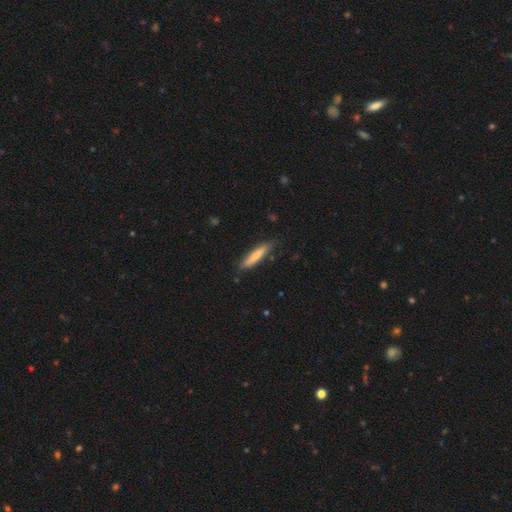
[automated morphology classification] smooth 71%, featured or disk 23%, star or artifact 6%. Down the decision tree: how rounded — cigar-shaped (87%); merging — none (81%).